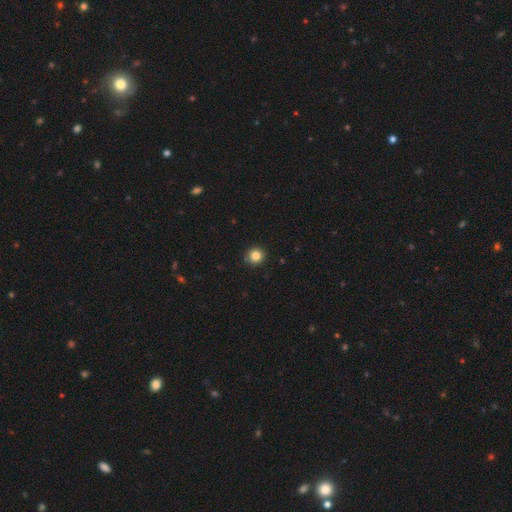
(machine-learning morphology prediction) Overall: smooth (84%). How rounded: round (94%). Merging: none (90%).